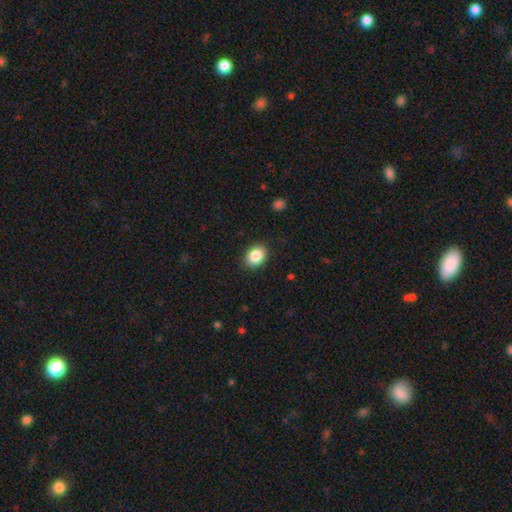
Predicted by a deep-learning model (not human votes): Smooth or featured? smooth (87%)
How rounded? in between (63%)
Merging? none (89%)